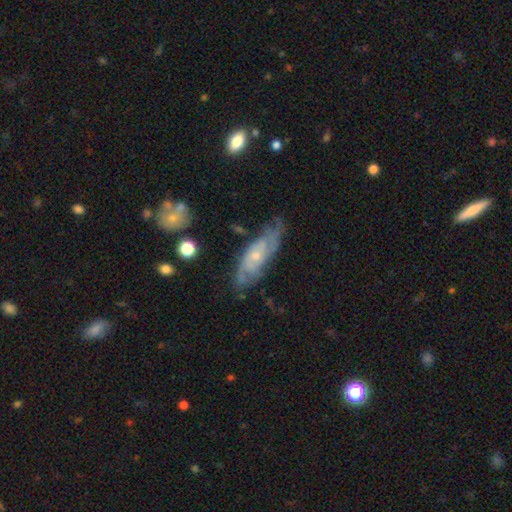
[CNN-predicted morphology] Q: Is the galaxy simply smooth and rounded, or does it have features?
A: featured or disk — 73%.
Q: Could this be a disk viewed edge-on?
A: no — 84%.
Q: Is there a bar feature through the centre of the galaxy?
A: no — 70%.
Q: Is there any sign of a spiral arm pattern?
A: yes — 88%.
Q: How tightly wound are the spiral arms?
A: tight — 50%.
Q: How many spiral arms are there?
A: can't tell — 45%.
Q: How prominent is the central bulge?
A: small — 65%.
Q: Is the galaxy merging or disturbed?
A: none — 62%.